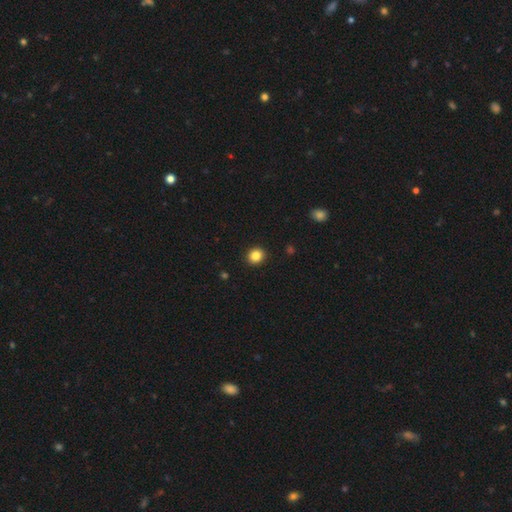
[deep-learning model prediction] This appears to be a smooth galaxy with no disk features (84%) that is round (84%). Merging: none (92%).